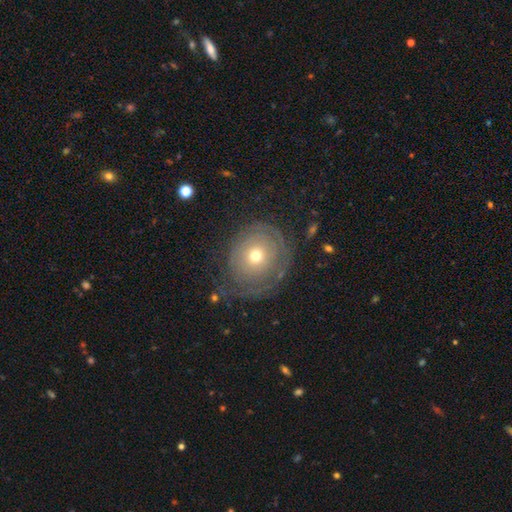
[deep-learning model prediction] The model was most divided on "bulge size": small: 49%, moderate: 45%, large: 3%, dominant: 1%, none: 1%. More confident: edge-on disk — no (95%); bar — no (88%); merging — none (62%); spiral arms — yes (61%); smooth or featured — featured or disk (55%).